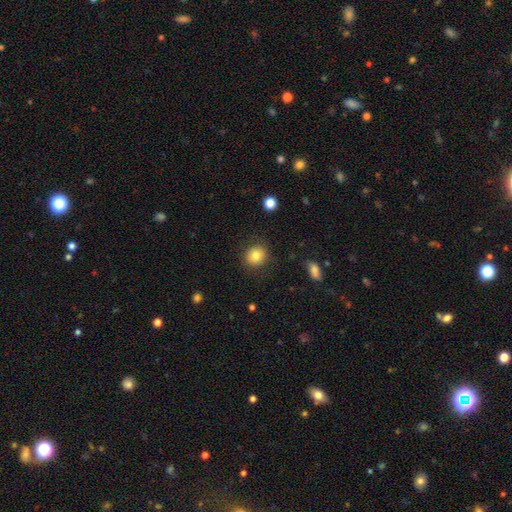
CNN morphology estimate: Smooth or featured? smooth (81%)
How rounded? round (83%)
Merging? none (86%)